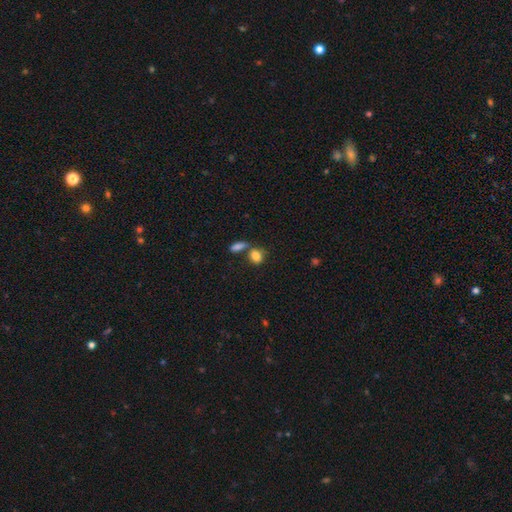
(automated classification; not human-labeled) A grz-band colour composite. It shows a smooth galaxy with no disk features (84%) that is in between round and cigar-shaped (55%). Merging: none (50%).